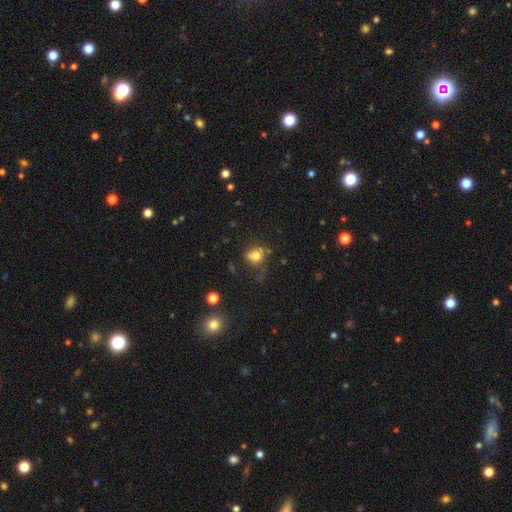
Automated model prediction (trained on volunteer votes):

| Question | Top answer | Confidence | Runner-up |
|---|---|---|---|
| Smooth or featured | smooth | 72% | star or artifact (14%) |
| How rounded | round | 70% | in between (29%) |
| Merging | none | 59% | minor disturbance (22%) |